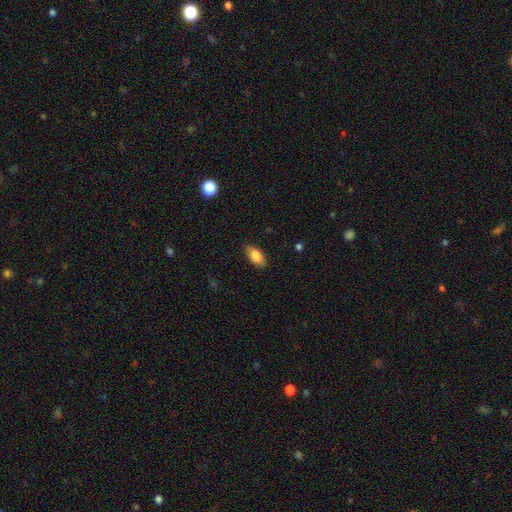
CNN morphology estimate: Q: Smooth or featured?
A: smooth (84%); runner-up: featured or disk (9%)
Q: How rounded?
A: in between (90%); runner-up: cigar-shaped (6%)
Q: Merging?
A: none (83%); runner-up: minor disturbance (13%)